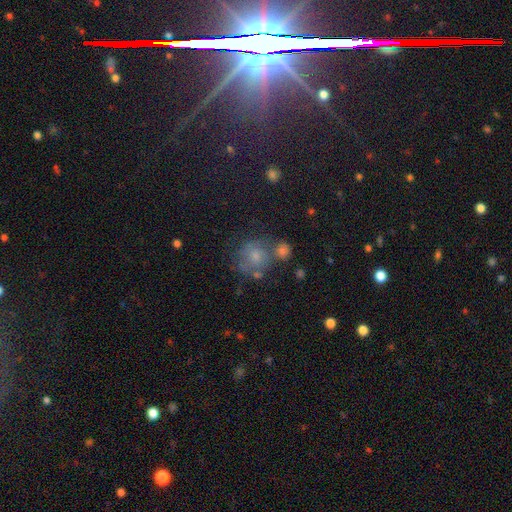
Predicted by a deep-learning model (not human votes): Smooth or featured?
  - smooth: 46% *
  - star or artifact: 29%
  - featured or disk: 25%
Merging?
  - none: 58% *
  - minor disturbance: 17%
  - merger: 16%
  - major disturbance: 9%